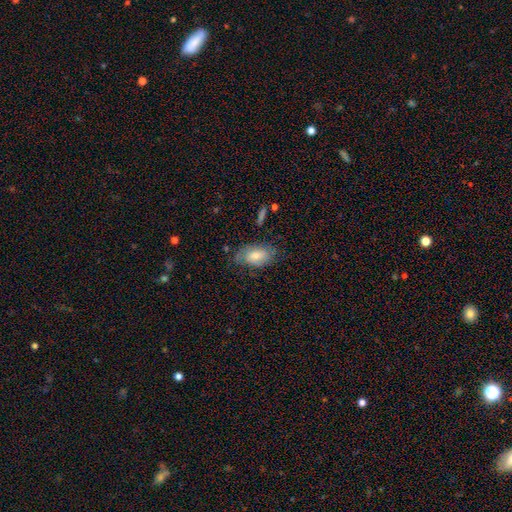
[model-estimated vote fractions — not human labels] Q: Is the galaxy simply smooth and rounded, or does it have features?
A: smooth — 69%.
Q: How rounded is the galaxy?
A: in between — 92%.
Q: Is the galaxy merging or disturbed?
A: none — 60%.